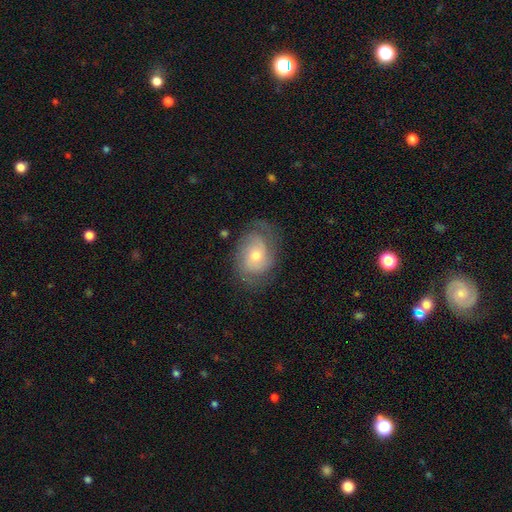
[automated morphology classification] Overall: featured or disk (68%). Edge-on disk: no (96%). Bar: no (72%). Spiral arms: yes (88%). Spiral arm count: 2 (49%; can't tell 27%). Spiral winding: tight (47%; medium 38%). Bulge size: moderate (49%; small 47%). Merging: none (68%).